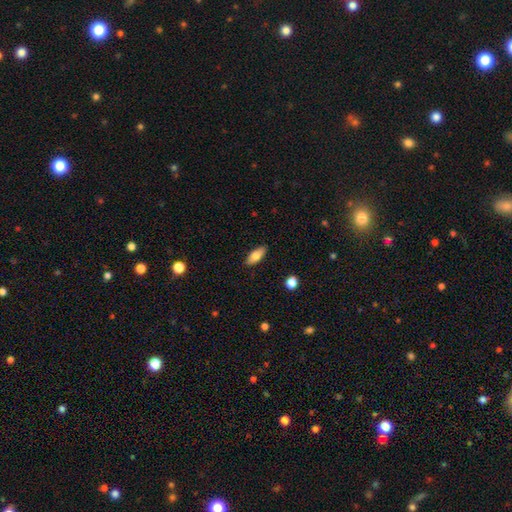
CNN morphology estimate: The model was most divided on "how rounded": in between: 79%, cigar-shaped: 18%, round: 2%. More confident: merging — none (87%); smooth or featured — smooth (79%).